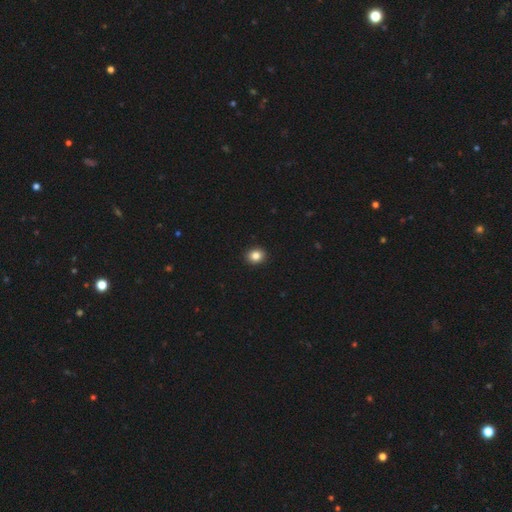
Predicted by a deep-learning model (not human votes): Smooth or featured: smooth — 85% (star or artifact — 10%)
How rounded: round — 72% (in between — 27%)
Merging: none — 93% (minor disturbance — 5%)